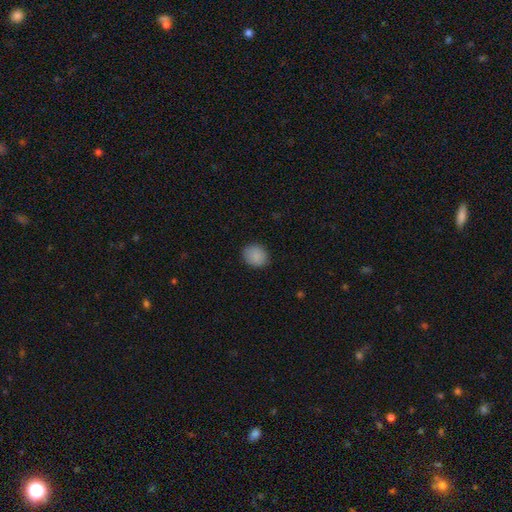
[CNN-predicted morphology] This is clearly a smooth galaxy (88%). How rounded: likely round (66%). Merging: clearly none (87%).